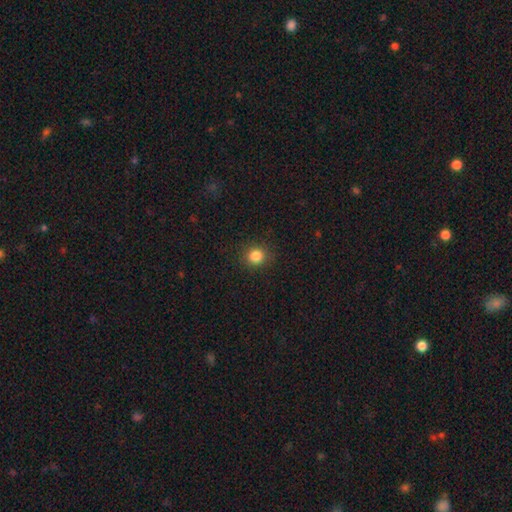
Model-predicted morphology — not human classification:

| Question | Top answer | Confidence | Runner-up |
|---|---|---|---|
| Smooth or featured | smooth | 84% | star or artifact (12%) |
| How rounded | round | 88% | in between (11%) |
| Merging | none | 90% | minor disturbance (7%) |